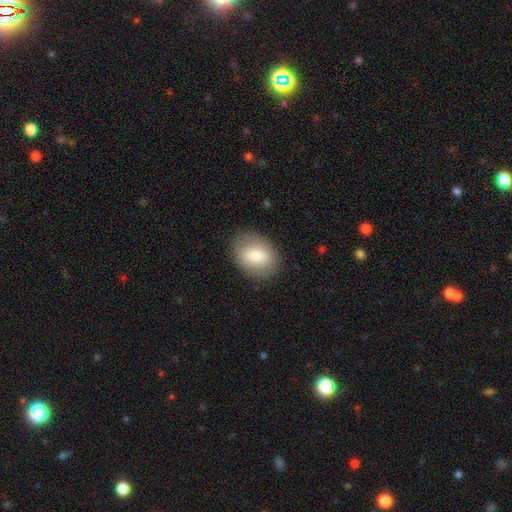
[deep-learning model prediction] smooth 78%, featured or disk 15%, star or artifact 7%. Down the decision tree: how rounded — in between (67%); merging — none (83%).